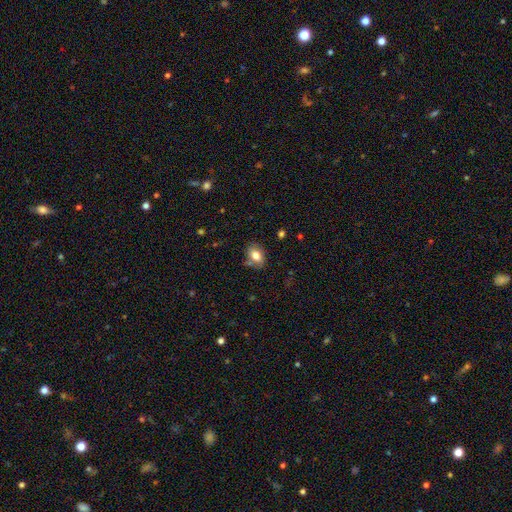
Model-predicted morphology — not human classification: Smooth or featured: smooth — 79% (featured or disk — 13%)
How rounded: in between — 77% (round — 22%)
Merging: none — 70% (minor disturbance — 17%)